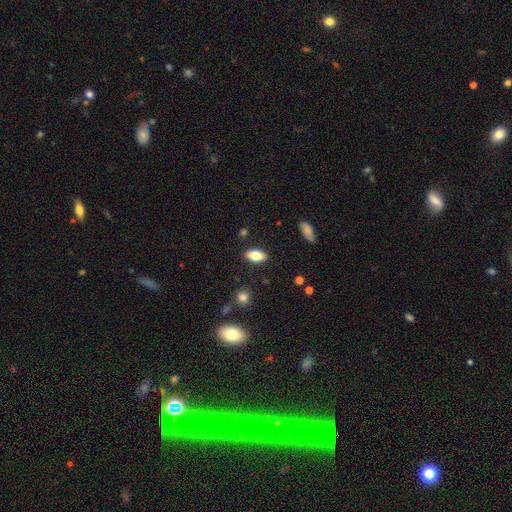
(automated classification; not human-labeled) Overall: smooth (70%). How rounded: in between (84%). Merging: none (87%).